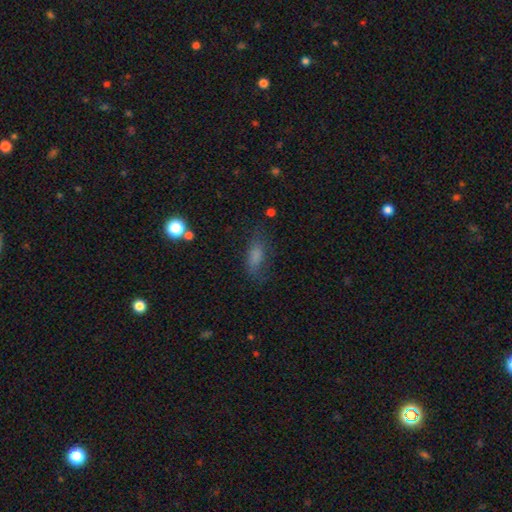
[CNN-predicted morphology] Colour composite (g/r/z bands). It shows a smooth galaxy with no disk features (66%) that is in between round and cigar-shaped (73%). Merging: none (65%).